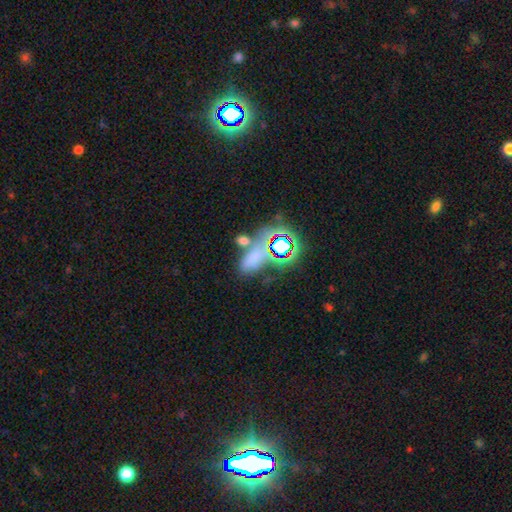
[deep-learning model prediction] This appears to be a smooth galaxy with no disk features (46%). Merging: none (41%).